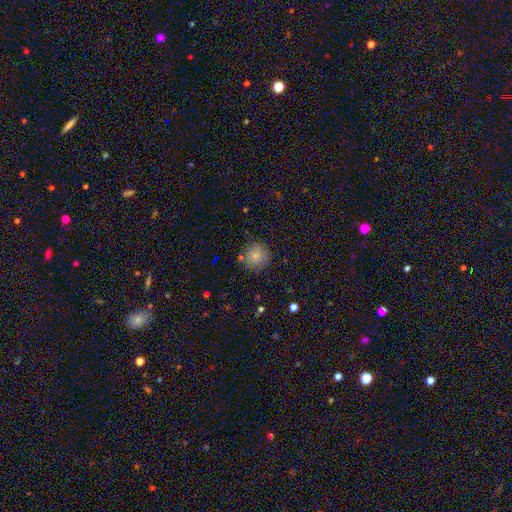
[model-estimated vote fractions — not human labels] smooth-or-featured: smooth: 81% | featured or disk: 10% | star or artifact: 10%
  how-rounded: round: 94% | in between: 5% | cigar-shaped: 1%
  merging: none: 83% | minor disturbance: 11% | merger: 4% | major disturbance: 3%